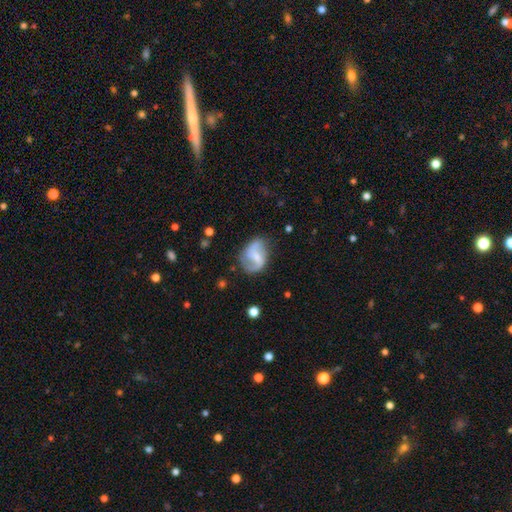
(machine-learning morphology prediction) featured or disk 73%, smooth 21%, star or artifact 6%. Down the decision tree: edge-on disk — no (97%); bar — weak (52%); spiral arms — yes (90%); spiral arm count — 2 (83%); spiral winding — loose (50%); bulge size — small (48%); merging — none (63%).